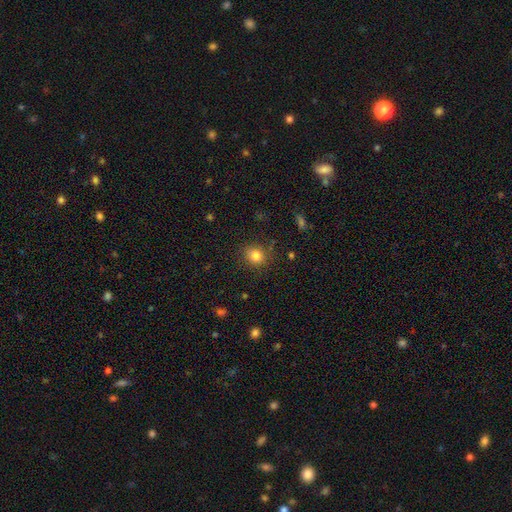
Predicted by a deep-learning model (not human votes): Smooth or featured? smooth (81%)
How rounded? round (79%)
Merging? none (85%)